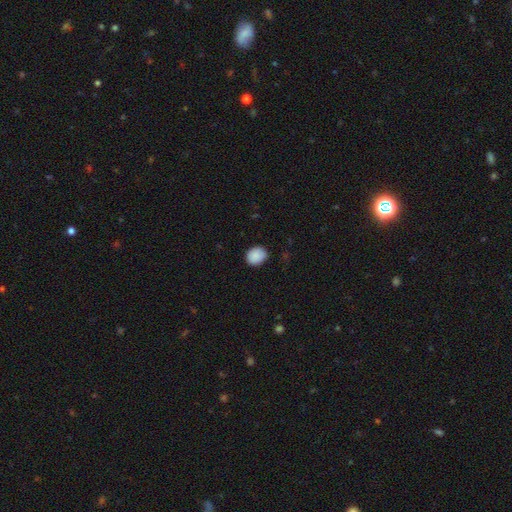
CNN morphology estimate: Smooth or featured: smooth — 90% (star or artifact — 7%)
How rounded: round — 58% (in between — 41%)
Merging: none — 84% (minor disturbance — 13%)